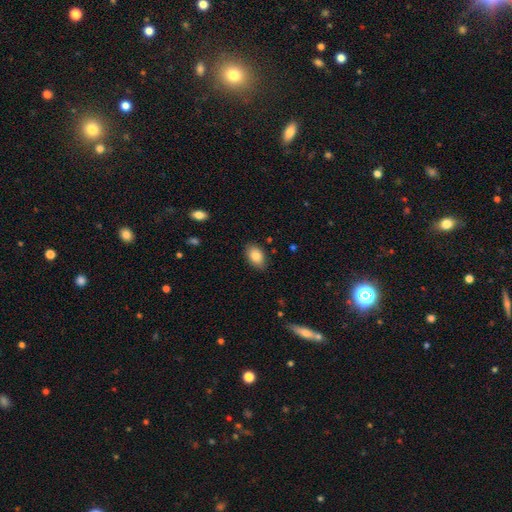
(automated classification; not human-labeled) A smooth galaxy with no disk features (84%) that is in between round and cigar-shaped (89%).

Vote fractions:
- Smooth or featured? smooth: 84% / featured or disk: 8% / star or artifact: 7%
- How rounded? in between: 89% / round: 10% / cigar-shaped: 1%
- Merging? none: 84% / minor disturbance: 12% / major disturbance: 2% / merger: 1%